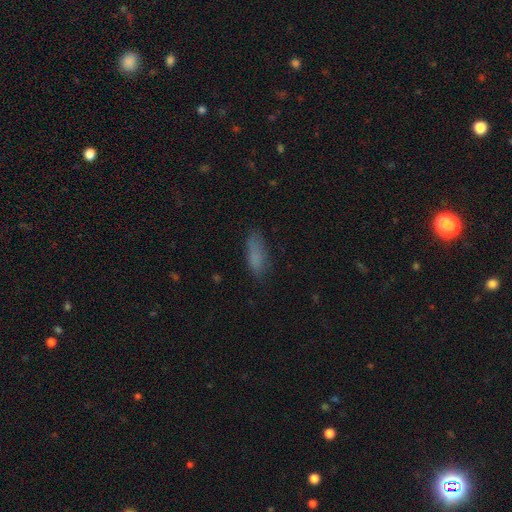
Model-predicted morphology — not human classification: This appears to be a smooth galaxy with no disk features (81%) that is in between round and cigar-shaped (62%). Merging: none (74%).